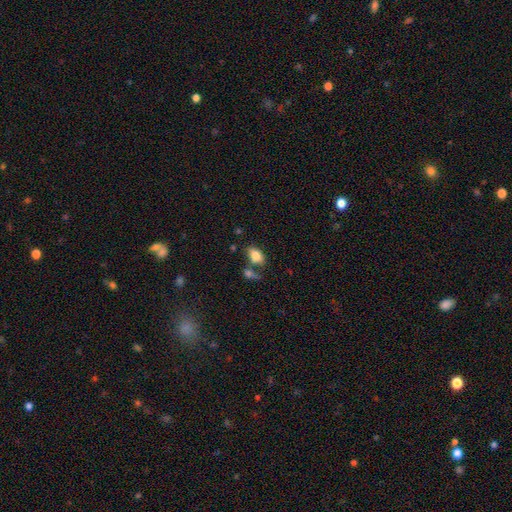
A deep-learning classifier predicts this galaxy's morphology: A smooth galaxy with no disk features (81%) that is in between round and cigar-shaped (89%). Merging: none (51%).